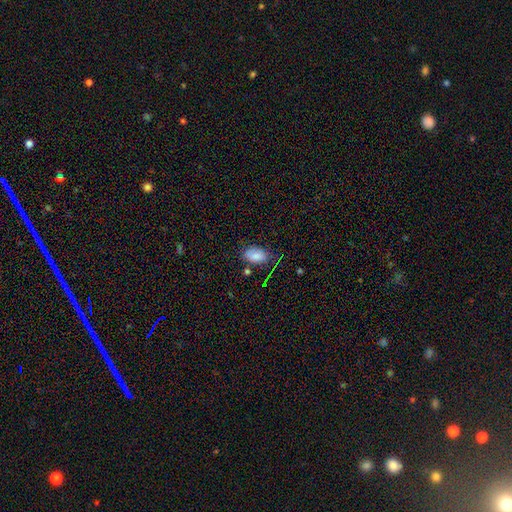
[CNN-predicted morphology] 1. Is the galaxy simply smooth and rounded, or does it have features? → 81% smooth, 10% star or artifact, 9% featured or disk.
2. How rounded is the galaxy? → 91% in between, 6% round, 2% cigar-shaped.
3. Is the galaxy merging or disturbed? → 60% none, 27% minor disturbance, 9% major disturbance, 5% merger.